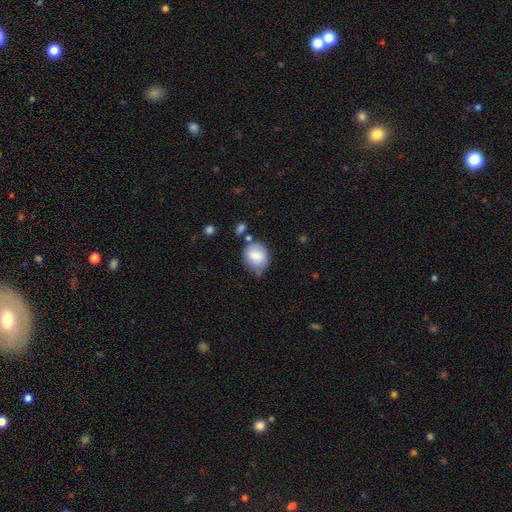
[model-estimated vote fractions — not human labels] Morphology: type=smooth (77%); roundness=round (63%); merging=none (56%).